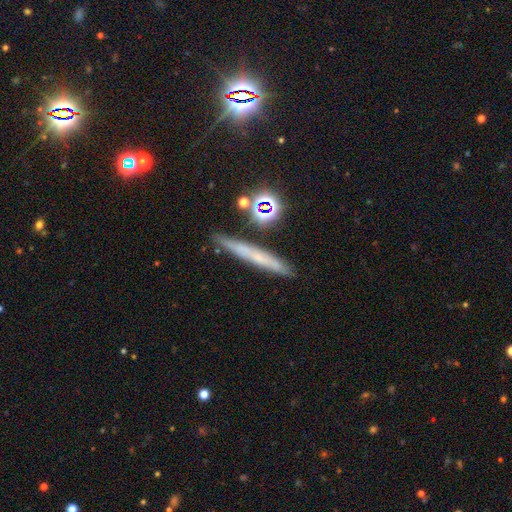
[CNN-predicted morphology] Smooth or featured? smooth (43%)
Merging? none (83%)